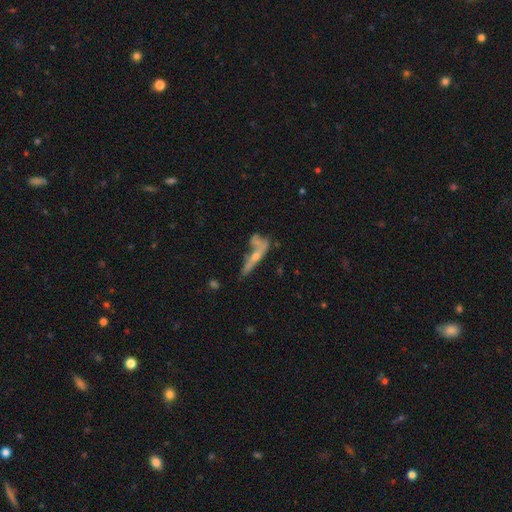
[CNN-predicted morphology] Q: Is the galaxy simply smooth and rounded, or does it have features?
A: featured or disk — 55%.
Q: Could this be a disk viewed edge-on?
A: yes — 65%.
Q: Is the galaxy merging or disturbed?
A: none — 35%.